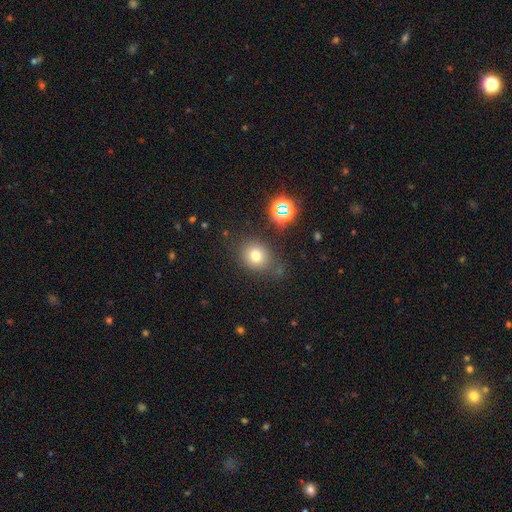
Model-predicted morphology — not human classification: type=smooth (73%); roundness=round (76%); merging=none (74%).